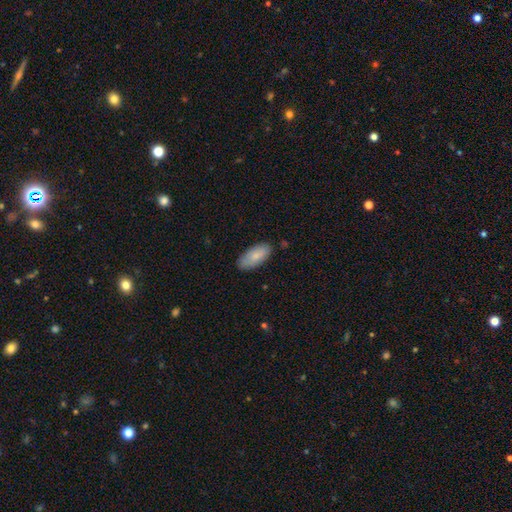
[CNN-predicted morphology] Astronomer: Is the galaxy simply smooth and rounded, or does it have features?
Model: smooth — 83%.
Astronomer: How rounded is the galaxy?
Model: in between — 89%.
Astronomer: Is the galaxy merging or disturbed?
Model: none — 83%.